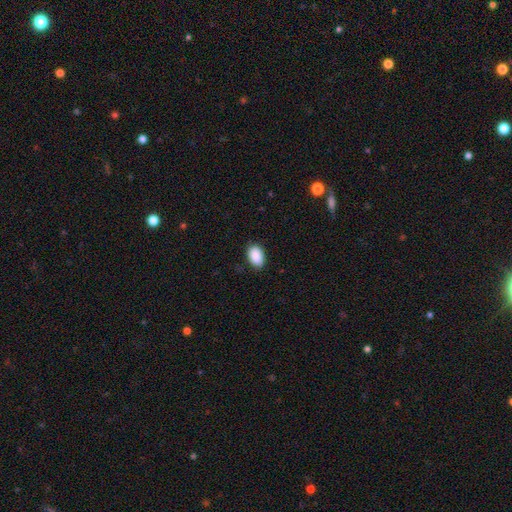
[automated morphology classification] type=smooth (90%); roundness=in between (90%); merging=none (84%).